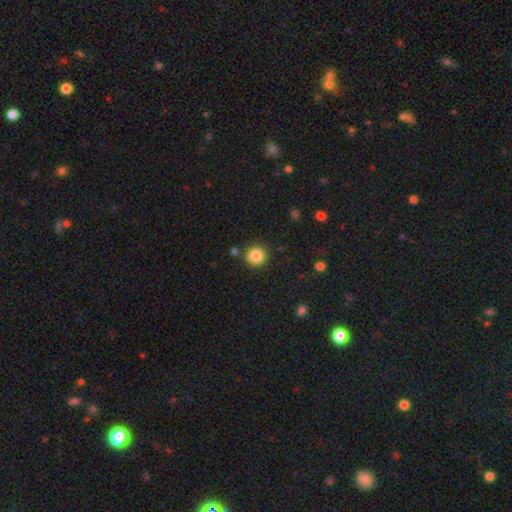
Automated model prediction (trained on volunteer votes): This is clearly a smooth galaxy (86%). How rounded: clearly round (94%). Merging: clearly none (88%).